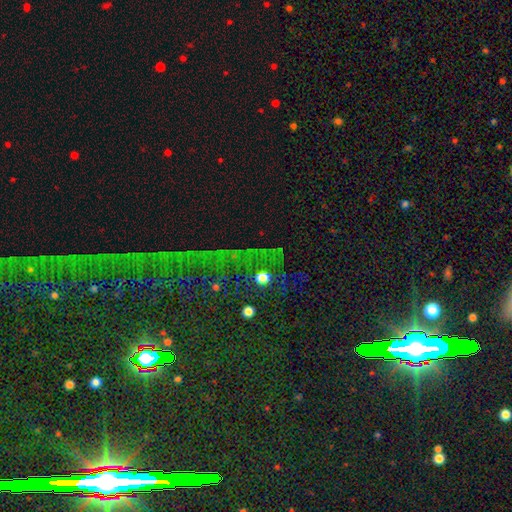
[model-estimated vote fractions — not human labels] Q: Smooth or featured?
A: star or artifact (77%); runner-up: smooth (13%)